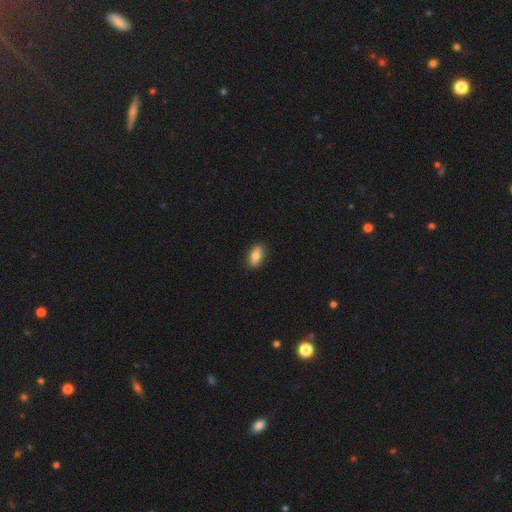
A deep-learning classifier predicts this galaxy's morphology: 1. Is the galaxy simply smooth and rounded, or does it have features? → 79% smooth, 13% featured or disk, 7% star or artifact.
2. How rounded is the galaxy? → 89% in between, 6% round, 4% cigar-shaped.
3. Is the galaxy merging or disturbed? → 87% none, 10% minor disturbance, 2% major disturbance, 1% merger.